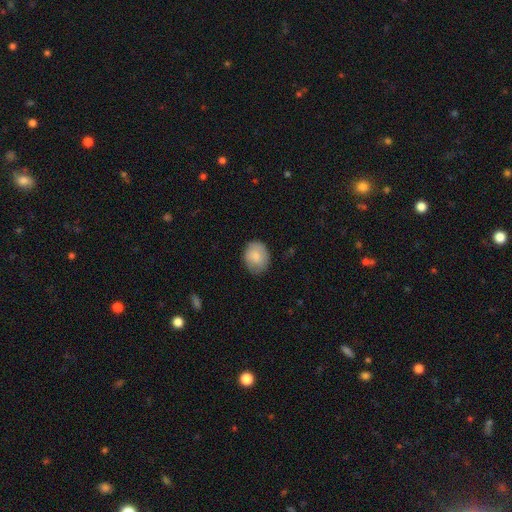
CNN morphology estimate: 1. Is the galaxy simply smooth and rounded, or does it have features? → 83% smooth, 10% featured or disk, 7% star or artifact.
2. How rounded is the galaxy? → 53% round, 46% in between, 1% cigar-shaped.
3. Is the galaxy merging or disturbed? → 80% none, 16% minor disturbance, 3% major disturbance, 1% merger.